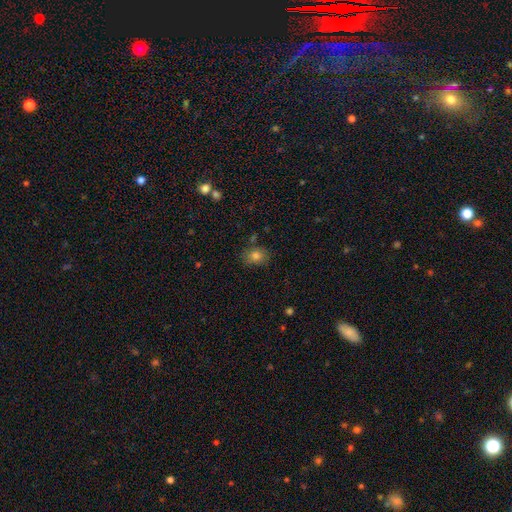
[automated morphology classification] This appears to be a smooth galaxy with no disk features (80%) that is in between round and cigar-shaped (53%). Merging: none (82%).